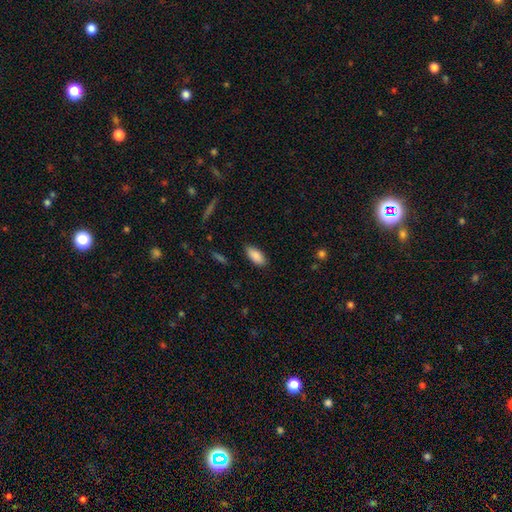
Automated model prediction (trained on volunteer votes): Smooth or featured? Predicted: smooth (p=0.89). How rounded? Predicted: in between (p=0.88). Merging? Predicted: none (p=0.85).